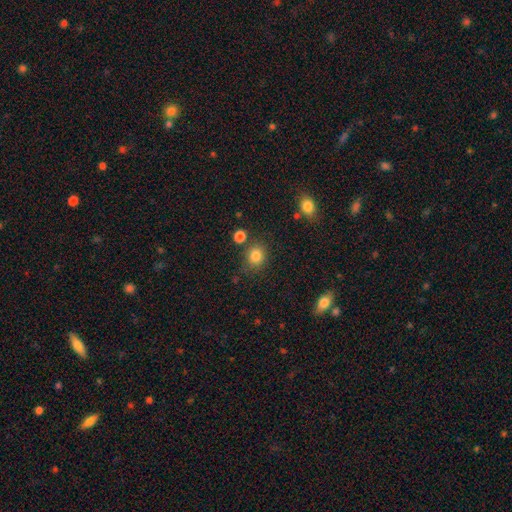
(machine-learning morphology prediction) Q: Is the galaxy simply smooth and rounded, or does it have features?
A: smooth — 83%.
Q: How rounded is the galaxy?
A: round — 75%.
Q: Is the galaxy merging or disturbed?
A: none — 78%.